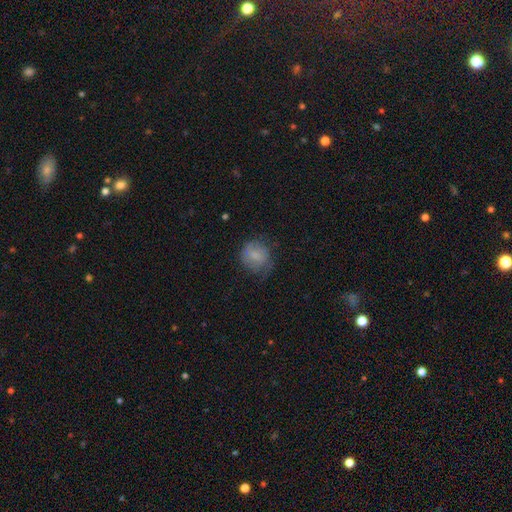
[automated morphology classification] Q: Smooth or featured?
A: smooth (72%); runner-up: featured or disk (19%)
Q: How rounded?
A: round (74%); runner-up: in between (25%)
Q: Merging?
A: none (51%); runner-up: minor disturbance (30%)